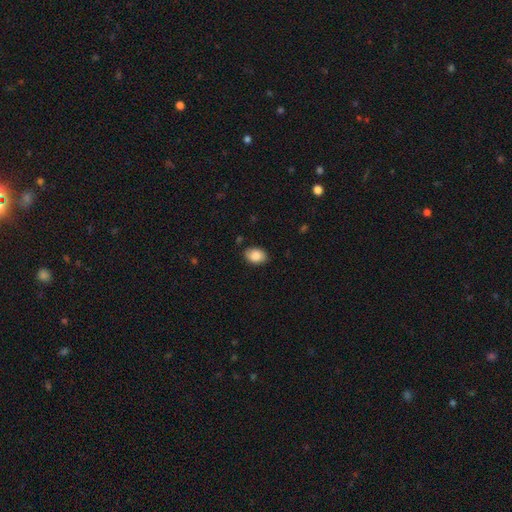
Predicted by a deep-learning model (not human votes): Smooth or featured?
  - smooth: 86% *
  - star or artifact: 7%
  - featured or disk: 7%
How rounded?
  - in between: 79% *
  - round: 20%
  - cigar-shaped: 1%
Merging?
  - none: 83% *
  - minor disturbance: 13%
  - major disturbance: 2%
  - merger: 1%